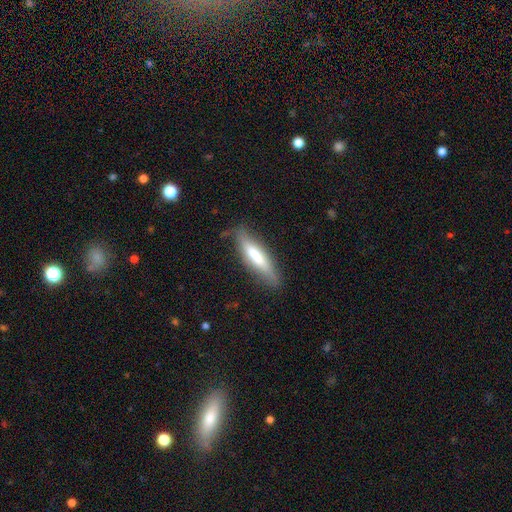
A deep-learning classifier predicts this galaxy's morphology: Smooth or featured?
  - smooth: 55% *
  - featured or disk: 39%
  - star or artifact: 6%
How rounded?
  - cigar-shaped: 74% *
  - in between: 24%
  - round: 2%
Merging?
  - none: 72% *
  - minor disturbance: 20%
  - major disturbance: 5%
  - merger: 2%